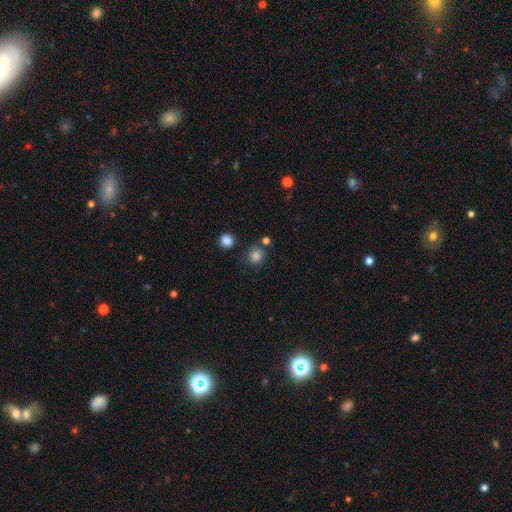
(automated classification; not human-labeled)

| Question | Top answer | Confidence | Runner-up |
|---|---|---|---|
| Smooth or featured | smooth | 82% | star or artifact (12%) |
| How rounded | round | 84% | in between (15%) |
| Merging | none | 73% | minor disturbance (14%) |